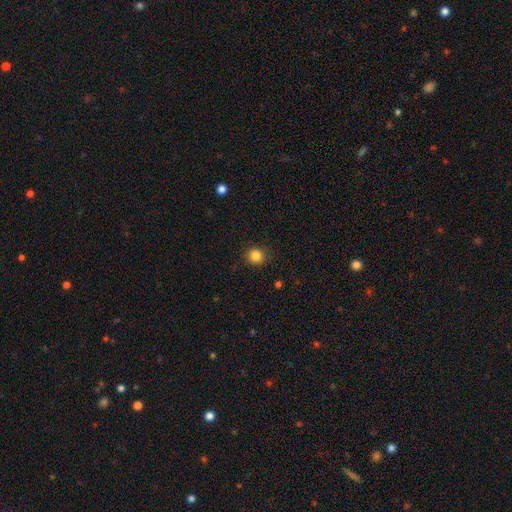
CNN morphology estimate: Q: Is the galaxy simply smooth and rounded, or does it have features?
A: smooth — 84%.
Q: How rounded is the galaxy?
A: round — 92%.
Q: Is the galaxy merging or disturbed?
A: none — 91%.